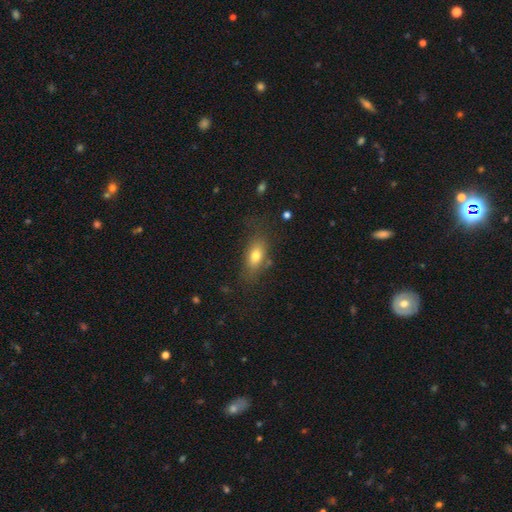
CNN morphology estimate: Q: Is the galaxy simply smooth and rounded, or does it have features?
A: smooth — 75%.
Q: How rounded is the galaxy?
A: in between — 83%.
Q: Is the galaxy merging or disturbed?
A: none — 70%.